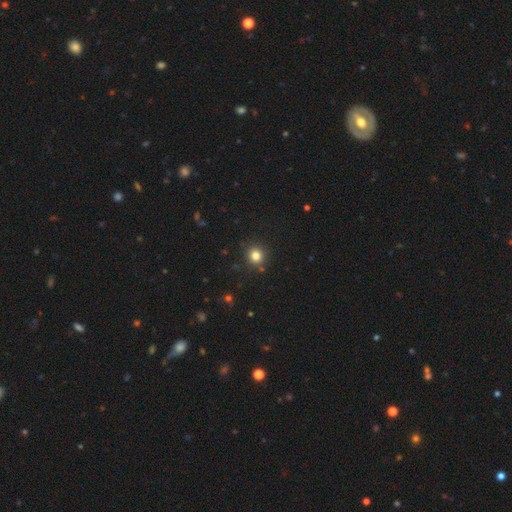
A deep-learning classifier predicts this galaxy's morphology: A smooth galaxy with no disk features (81%) that is round (90%). Merging: none (88%).